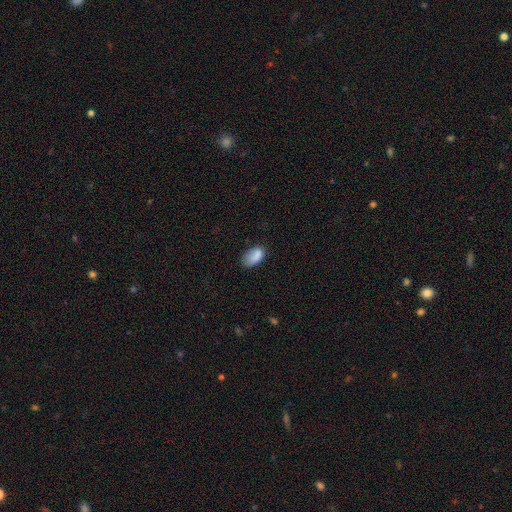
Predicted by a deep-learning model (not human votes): A smooth galaxy with no disk features (83%) that is in between round and cigar-shaped (92%). Merging: none (55%).